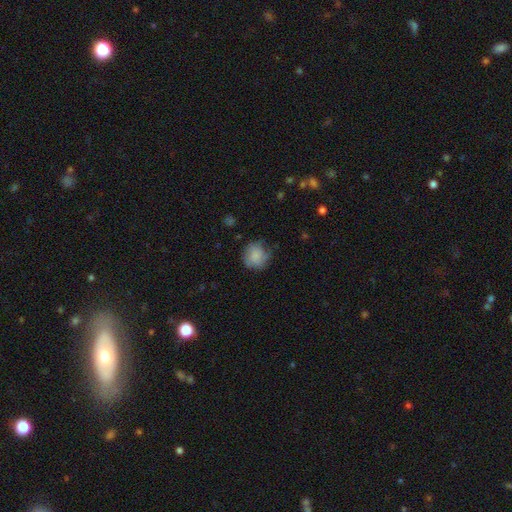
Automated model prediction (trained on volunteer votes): The model was most divided on "merging": none: 66%, minor disturbance: 24%, major disturbance: 9%, merger: 1%. More confident: how rounded — round (87%); smooth or featured — smooth (75%).